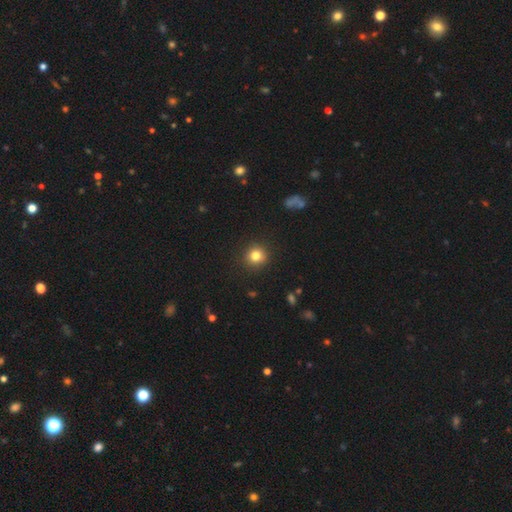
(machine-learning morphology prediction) Overall: smooth (81%). How rounded: round (92%). Merging: none (91%).